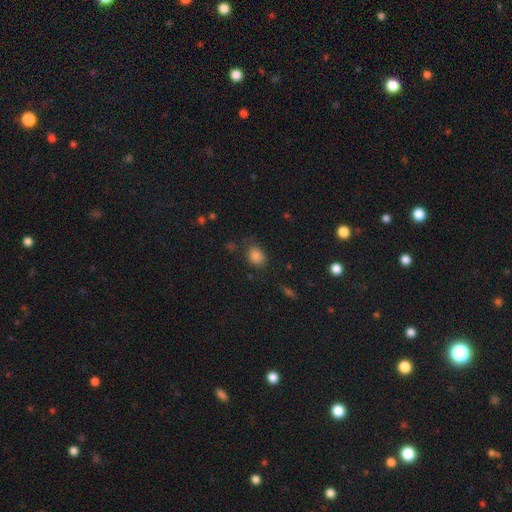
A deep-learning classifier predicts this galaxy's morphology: type=smooth (83%); roundness=in between (61%); merging=none (70%).